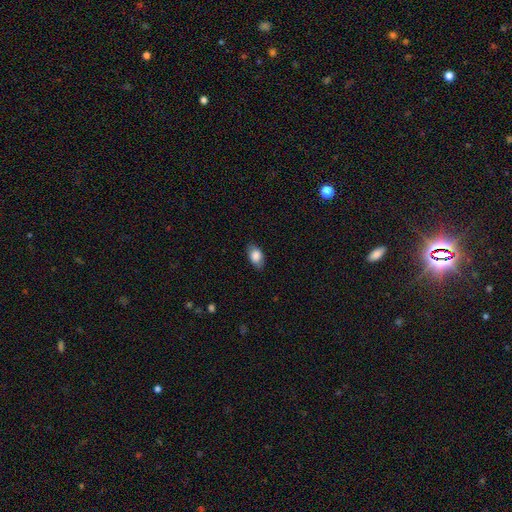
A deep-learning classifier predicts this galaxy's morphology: smooth_or_featured: smooth (p=0.84) [alt: featured or disk p=0.09]
how_rounded: in between (p=0.91) [alt: round p=0.08]
merging: none (p=0.83) [alt: minor disturbance p=0.13]